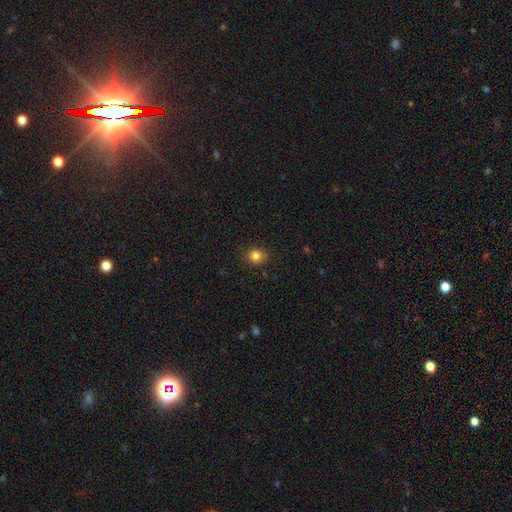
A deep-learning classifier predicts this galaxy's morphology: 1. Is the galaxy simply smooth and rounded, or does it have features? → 83% smooth, 12% star or artifact, 5% featured or disk.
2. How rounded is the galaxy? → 78% round, 21% in between, 1% cigar-shaped.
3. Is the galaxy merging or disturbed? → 88% none, 9% minor disturbance, 2% major disturbance, 1% merger.